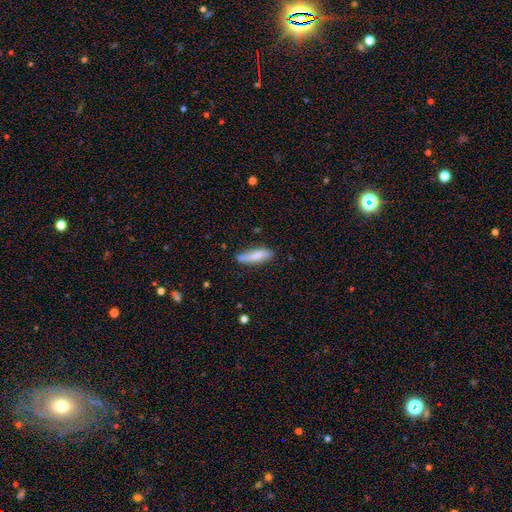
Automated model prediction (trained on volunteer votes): The model was most divided on "how rounded": cigar-shaped: 62%, in between: 36%, round: 2%. More confident: smooth or featured — smooth (77%); merging — none (66%).